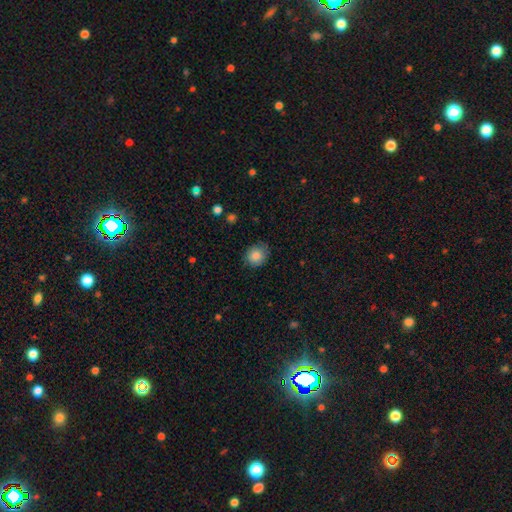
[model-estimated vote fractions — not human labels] Morphology: type=smooth (84%); roundness=round (86%); merging=none (79%).